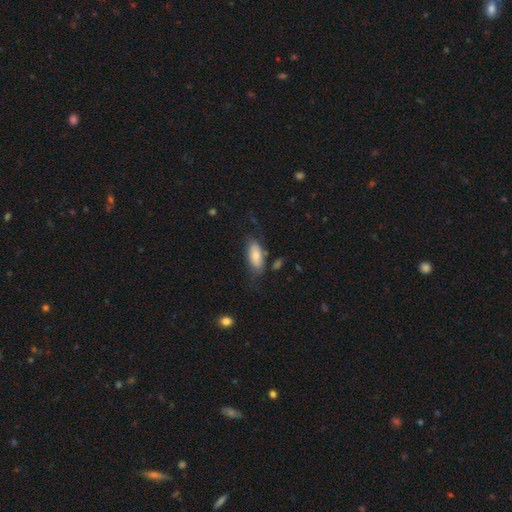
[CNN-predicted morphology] Q: Smooth or featured?
A: smooth (74%); runner-up: featured or disk (19%)
Q: How rounded?
A: in between (87%); runner-up: cigar-shaped (10%)
Q: Merging?
A: none (62%); runner-up: minor disturbance (24%)